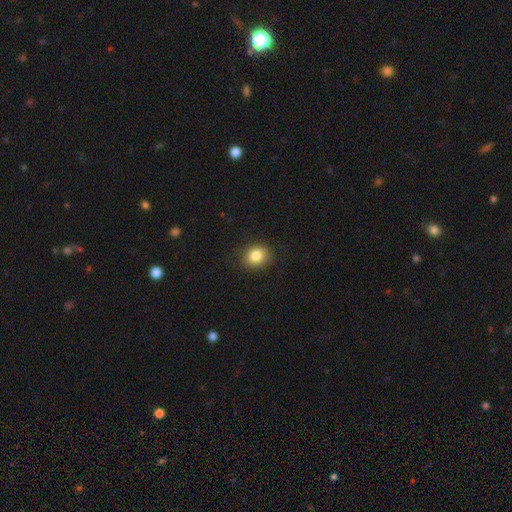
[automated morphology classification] Q: Smooth or featured?
A: smooth (85%); runner-up: star or artifact (10%)
Q: How rounded?
A: round (66%); runner-up: in between (33%)
Q: Merging?
A: none (88%); runner-up: minor disturbance (9%)